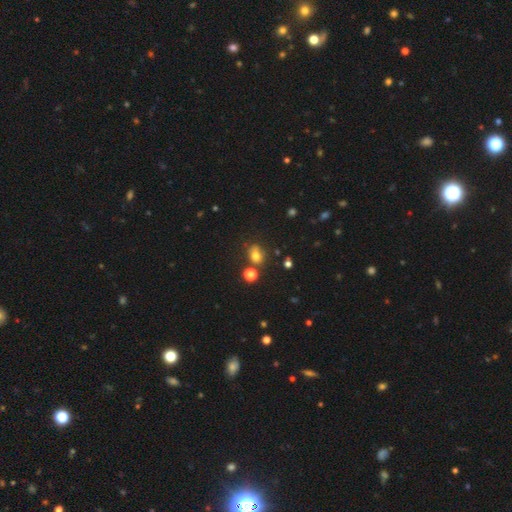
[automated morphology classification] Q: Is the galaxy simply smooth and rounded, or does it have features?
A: smooth — 73%.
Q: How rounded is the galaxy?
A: in between — 58%.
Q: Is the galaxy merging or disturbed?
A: none — 67%.